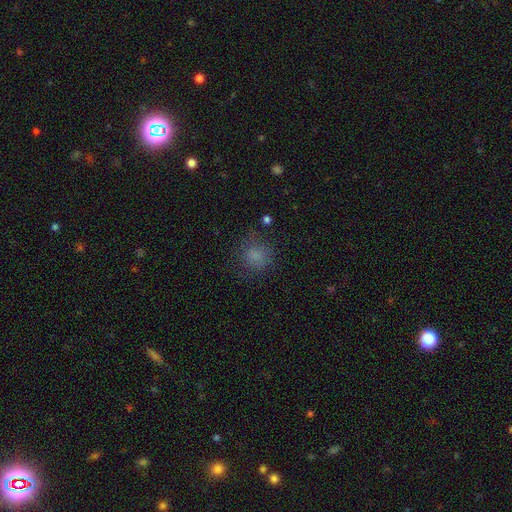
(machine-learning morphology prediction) smooth_or_featured: smooth (p=0.75) [alt: star or artifact p=0.16]
how_rounded: round (p=0.80) [alt: in between p=0.19]
merging: none (p=0.70) [alt: minor disturbance p=0.18]